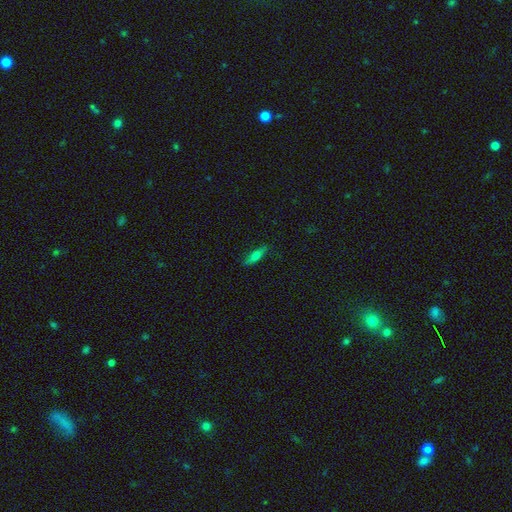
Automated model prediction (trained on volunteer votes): Morphology: type=smooth (58%); roundness=cigar-shaped (69%); merging=none (85%).